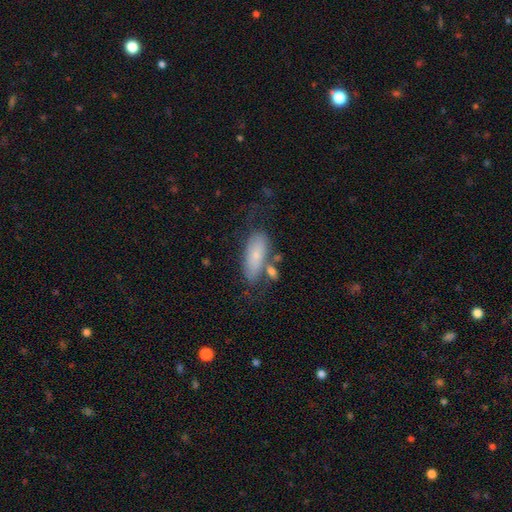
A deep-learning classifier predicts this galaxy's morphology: Smooth or featured?
  - smooth: 67% *
  - featured or disk: 26%
  - star or artifact: 7%
How rounded?
  - in between: 76% *
  - cigar-shaped: 22%
  - round: 3%
Merging?
  - none: 52% *
  - minor disturbance: 22%
  - merger: 14%
  - major disturbance: 12%